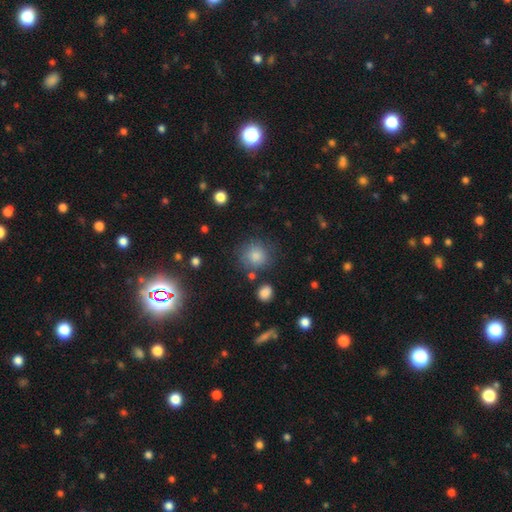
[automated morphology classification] smooth-or-featured: smooth: 82% | star or artifact: 11% | featured or disk: 7%
  how-rounded: round: 89% | in between: 10% | cigar-shaped: 1%
  merging: none: 76% | minor disturbance: 14% | major disturbance: 6% | merger: 5%